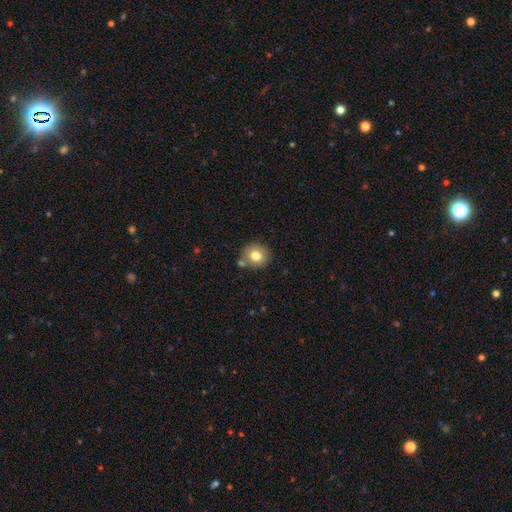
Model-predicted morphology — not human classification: This is likely a smooth galaxy (78%). How rounded: clearly round (89%). Merging: likely none (73%).